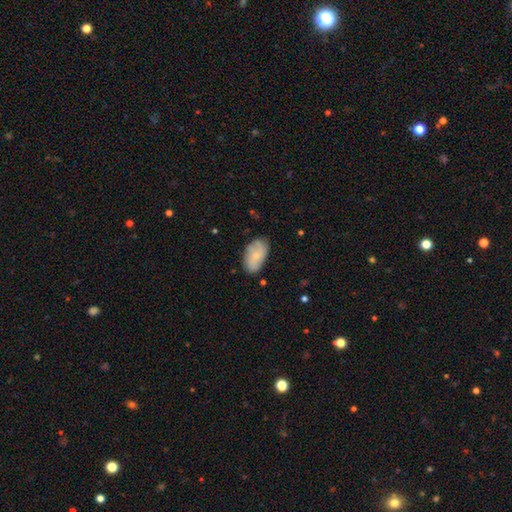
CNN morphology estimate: smooth 59%, featured or disk 34%, star or artifact 7%. Down the decision tree: how rounded — in between (93%); merging — none (73%).